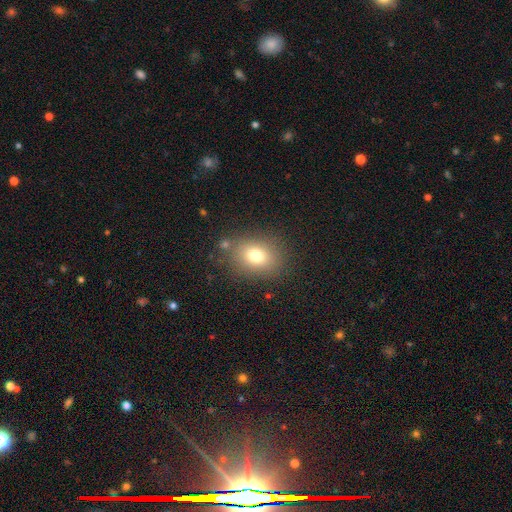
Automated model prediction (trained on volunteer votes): Overall: smooth (75%). How rounded: in between (51%; round 48%). Merging: none (81%).